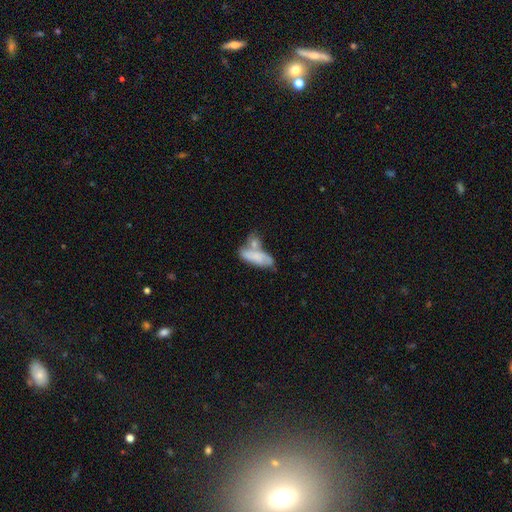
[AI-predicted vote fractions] Smooth or featured? Predicted: smooth (p=0.65). How rounded? Predicted: in between (p=0.74). Merging? Predicted: merger (p=0.42).